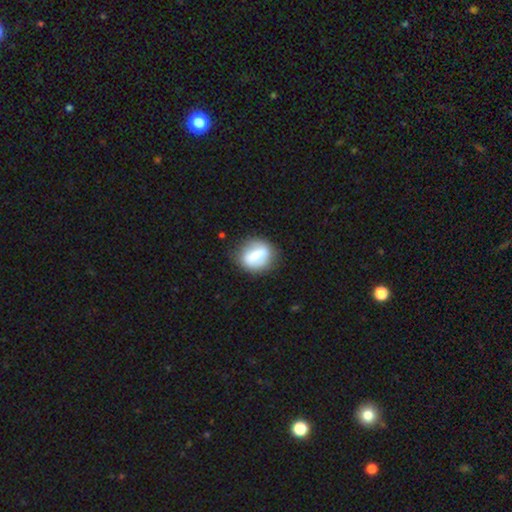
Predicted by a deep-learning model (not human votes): smooth_or_featured: smooth (p=0.53) [alt: featured or disk p=0.39]
how_rounded: round (p=0.61) [alt: in between p=0.36]
merging: none (p=0.75) [alt: minor disturbance p=0.16]